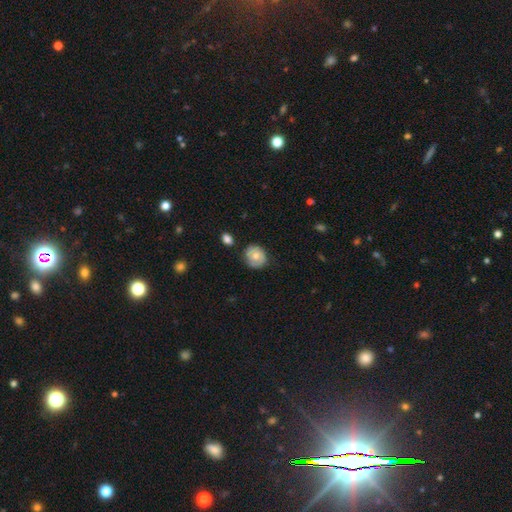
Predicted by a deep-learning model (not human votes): smooth 61%, featured or disk 31%, star or artifact 8%. Down the decision tree: how rounded — round (71%); merging — none (74%).